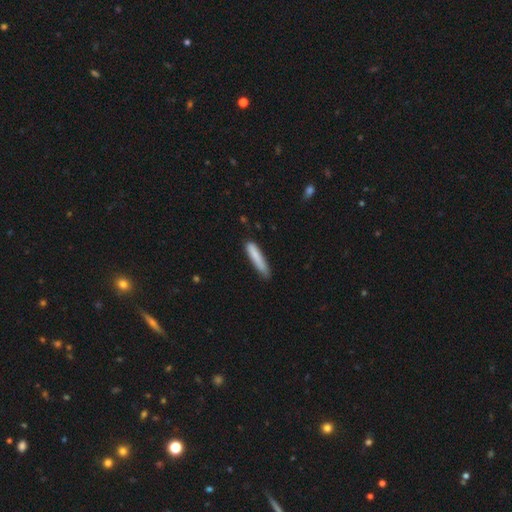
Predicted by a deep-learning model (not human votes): A smooth galaxy with no disk features (81%) that is cigar-shaped (91%).

Vote fractions:
- Smooth or featured? smooth: 81% / featured or disk: 13% / star or artifact: 6%
- How rounded? cigar-shaped: 91% / in between: 8% / round: 1%
- Merging? none: 74% / minor disturbance: 21% / major disturbance: 3% / merger: 2%